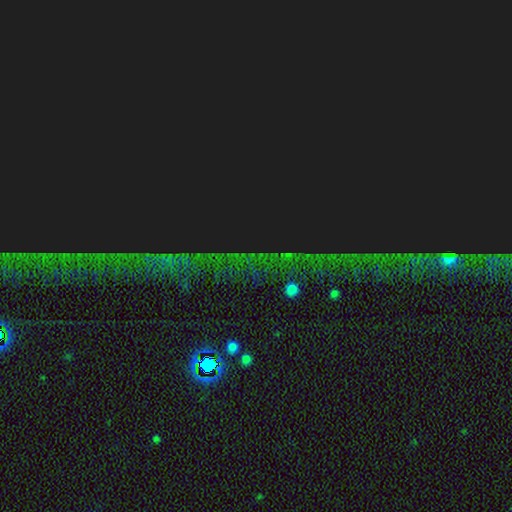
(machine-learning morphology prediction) The model was most divided on "smooth or featured": star or artifact: 85%, featured or disk: 8%, smooth: 7%.